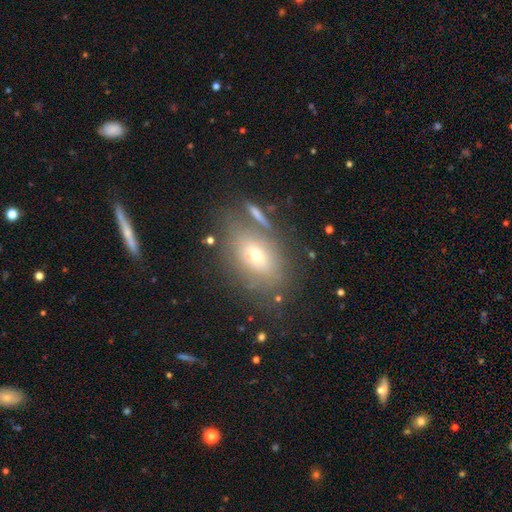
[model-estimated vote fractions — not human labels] Overall: smooth (57%; featured or disk 28%). How rounded: in between (72%). Merging: none (67%).